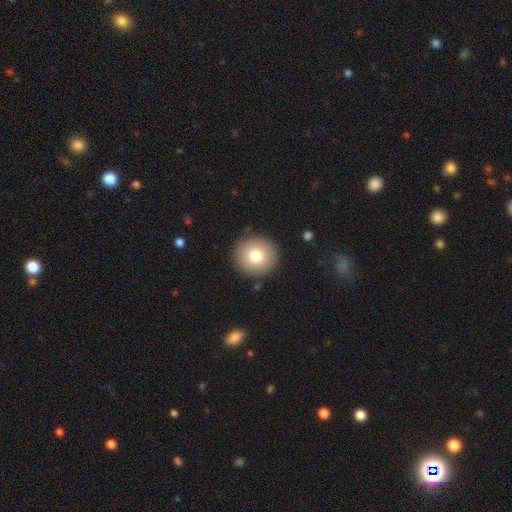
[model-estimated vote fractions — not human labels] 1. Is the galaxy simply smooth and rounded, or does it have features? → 77% smooth, 13% featured or disk, 10% star or artifact.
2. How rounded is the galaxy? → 92% round, 7% in between, 1% cigar-shaped.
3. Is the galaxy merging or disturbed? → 90% none, 6% minor disturbance, 2% major disturbance, 1% merger.